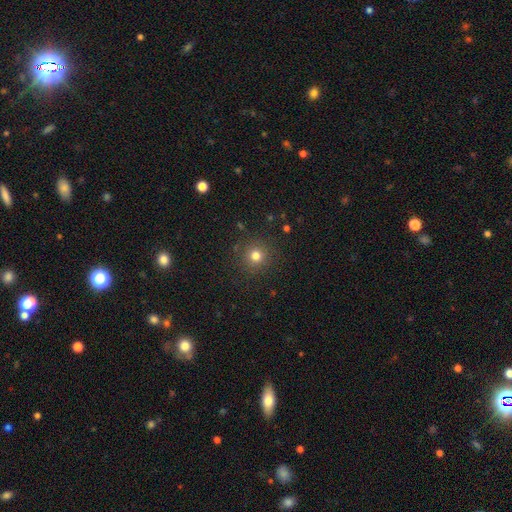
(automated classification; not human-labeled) Morphology: type=smooth (77%); roundness=round (94%); merging=none (89%).